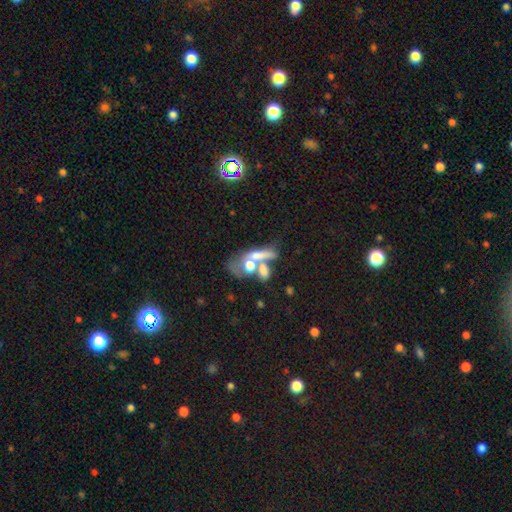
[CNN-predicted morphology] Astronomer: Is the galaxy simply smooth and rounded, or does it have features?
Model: smooth — 55% (runner-up: featured or disk, 33%).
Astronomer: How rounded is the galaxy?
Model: in between — 54%.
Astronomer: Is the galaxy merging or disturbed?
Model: merger — 53%.